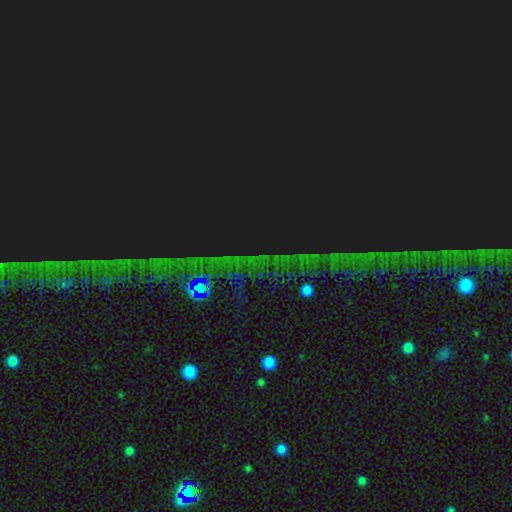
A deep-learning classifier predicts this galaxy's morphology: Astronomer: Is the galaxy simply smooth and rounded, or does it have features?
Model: star or artifact — 83%.